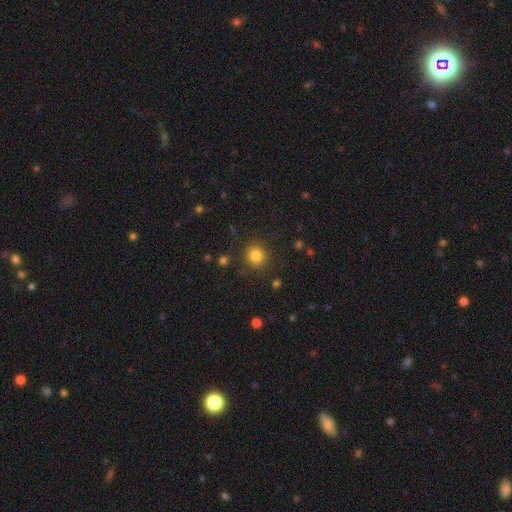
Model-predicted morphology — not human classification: Overall: smooth (82%). How rounded: round (89%). Merging: none (88%).